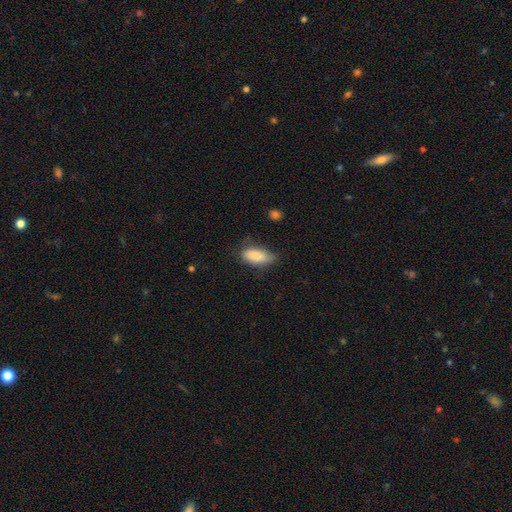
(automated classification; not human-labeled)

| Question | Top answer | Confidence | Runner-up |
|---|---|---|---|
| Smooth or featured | smooth | 86% | featured or disk (7%) |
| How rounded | in between | 89% | cigar-shaped (9%) |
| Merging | none | 64% | minor disturbance (28%) |